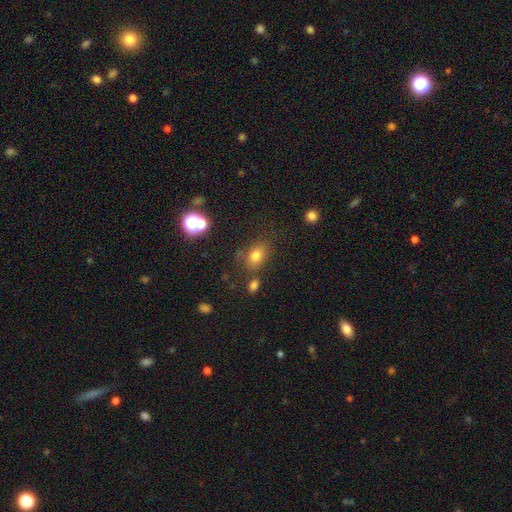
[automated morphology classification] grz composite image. It shows a smooth galaxy with no disk features (76%) that is in between round and cigar-shaped (70%). Merging: none (68%).